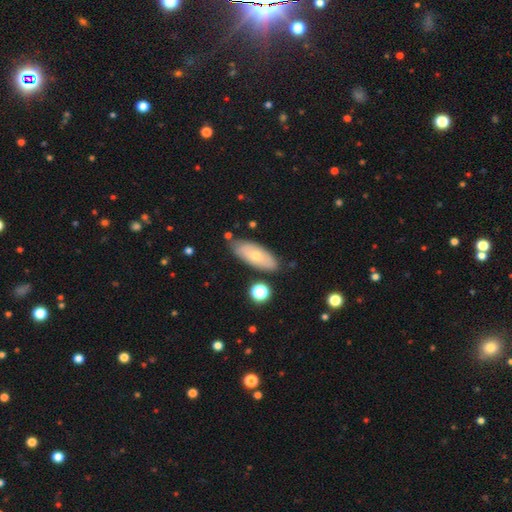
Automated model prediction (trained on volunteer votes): smooth-or-featured: smooth: 60% | featured or disk: 33% | star or artifact: 7%
  how-rounded: in between: 78% | cigar-shaped: 20% | round: 3%
  merging: none: 78% | minor disturbance: 15% | merger: 4% | major disturbance: 3%